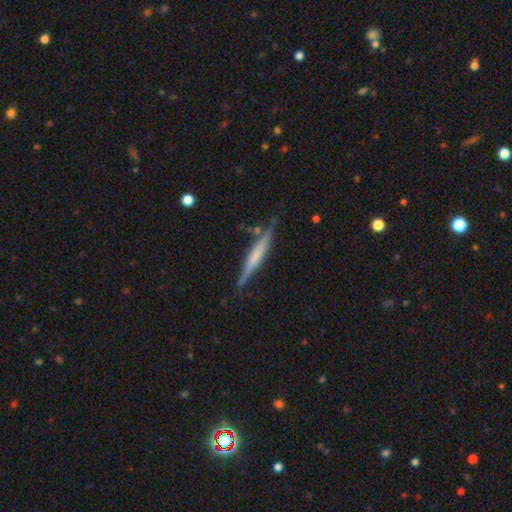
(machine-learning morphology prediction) The model was most divided on "smooth or featured": featured or disk: 54%, smooth: 40%, star or artifact: 6%. Remaining: edge-on disk — yes (96%); merging — none (80%); edge-on bulge — none (48%).